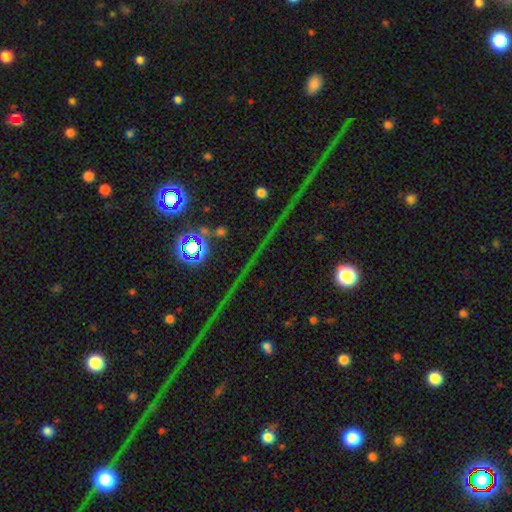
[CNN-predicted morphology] Overall: star or artifact (74%).